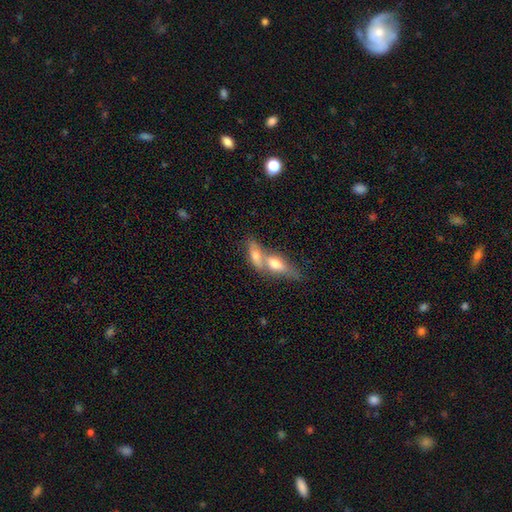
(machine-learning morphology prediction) Smooth or featured? Predicted: smooth (p=0.64). How rounded? Predicted: in between (p=0.65). Merging? Predicted: merger (p=0.68).